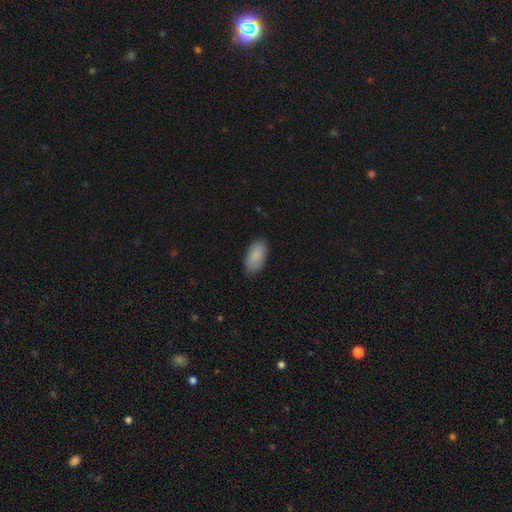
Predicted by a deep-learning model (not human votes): A smooth galaxy with no disk features (89%) that is in between round and cigar-shaped (94%). Merging: none (85%).